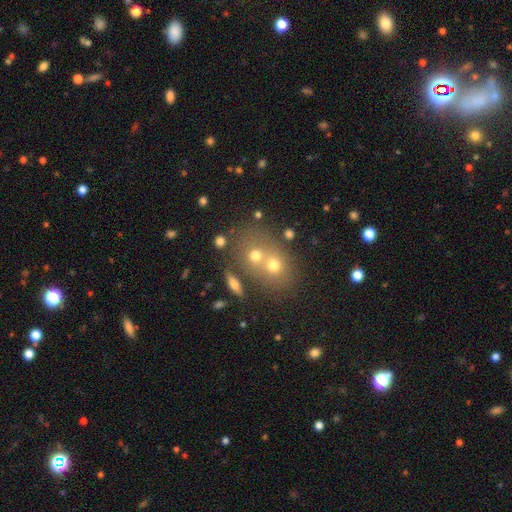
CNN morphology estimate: Q: Smooth or featured?
A: smooth (64%); runner-up: featured or disk (20%)
Q: How rounded?
A: round (64%); runner-up: in between (34%)
Q: Merging?
A: merger (50%); runner-up: none (38%)